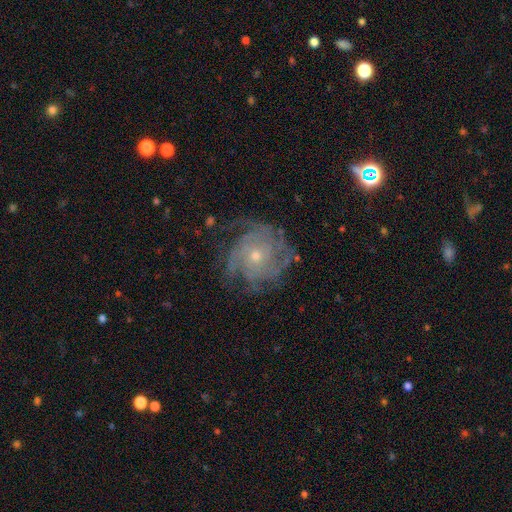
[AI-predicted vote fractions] This appears to be a featured or disk galaxy (81%) with no bar (82%), tight (60%) spiral arms (92%) and a small central bulge (61%). Merging: none (70%).